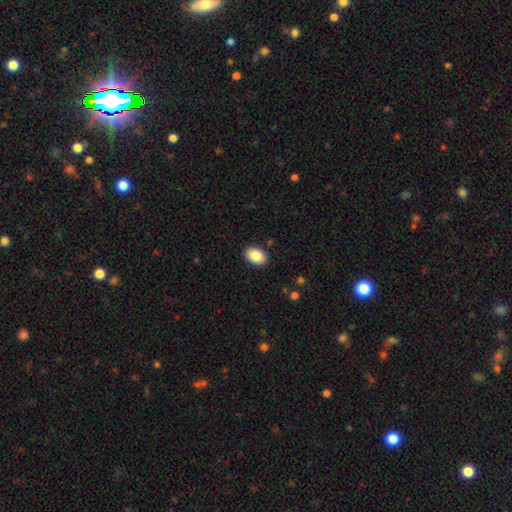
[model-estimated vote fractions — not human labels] A smooth galaxy with no disk features (86%) that is in between round and cigar-shaped (83%). Merging: none (89%).